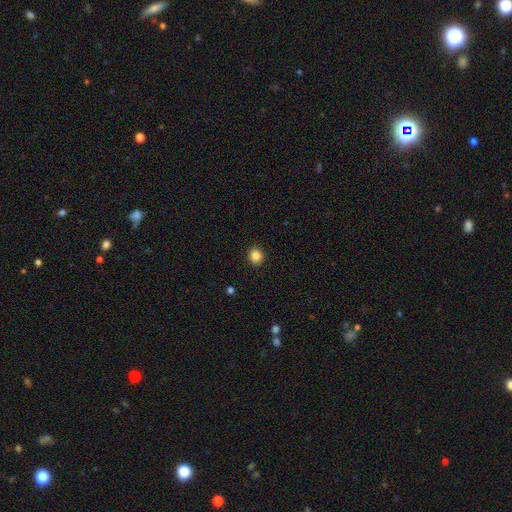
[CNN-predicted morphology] smooth 85%, star or artifact 11%, featured or disk 4%. Down the decision tree: how rounded — round (87%); merging — none (92%).